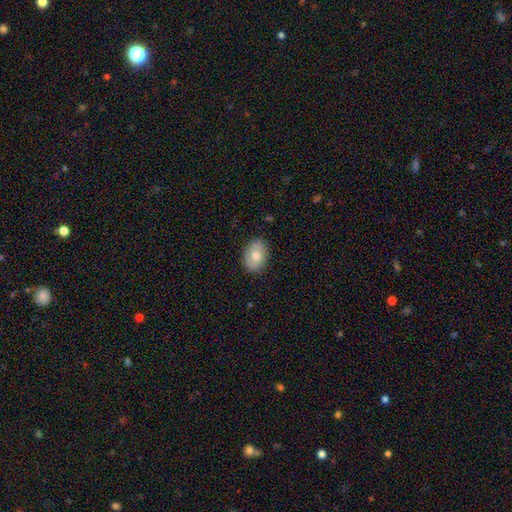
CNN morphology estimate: Smooth or featured?
  - smooth: 70% *
  - featured or disk: 23%
  - star or artifact: 7%
How rounded?
  - in between: 77% *
  - round: 22%
  - cigar-shaped: 1%
Merging?
  - none: 84% *
  - minor disturbance: 13%
  - major disturbance: 3%
  - merger: 1%